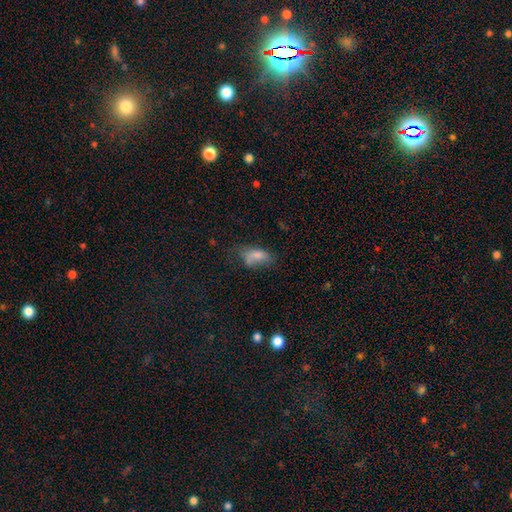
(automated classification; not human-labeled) Morphology: type=smooth (72%); roundness=in between (88%); merging=none (36%).